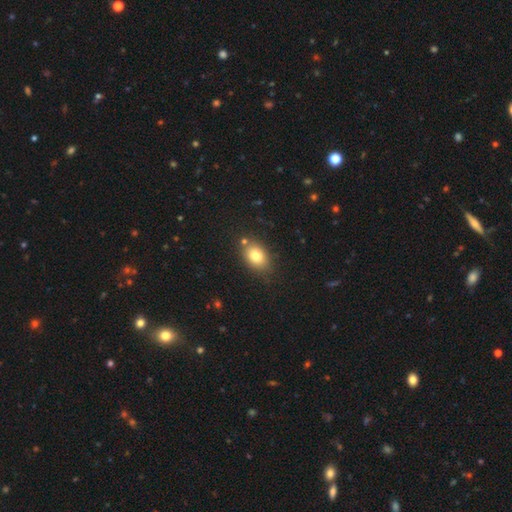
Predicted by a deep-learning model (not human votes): Overall: smooth (80%). How rounded: in between (75%). Merging: none (77%).